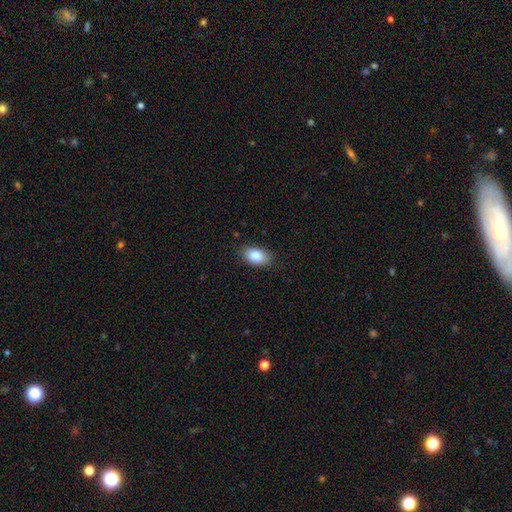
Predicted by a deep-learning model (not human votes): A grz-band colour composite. It shows a smooth galaxy with no disk features (87%) that is in between round and cigar-shaped (91%). Merging: none (85%).